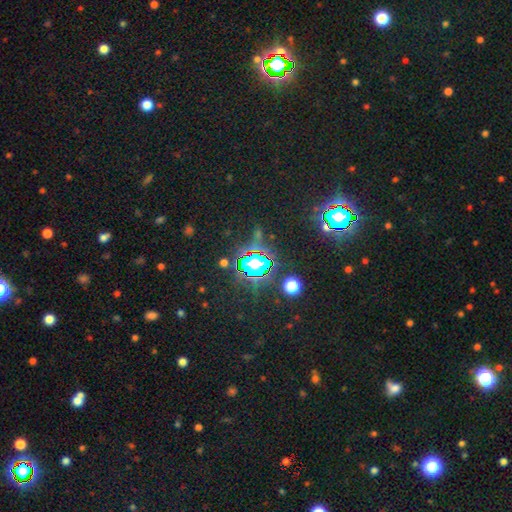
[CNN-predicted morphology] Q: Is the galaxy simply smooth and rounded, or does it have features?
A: star or artifact — 80%.